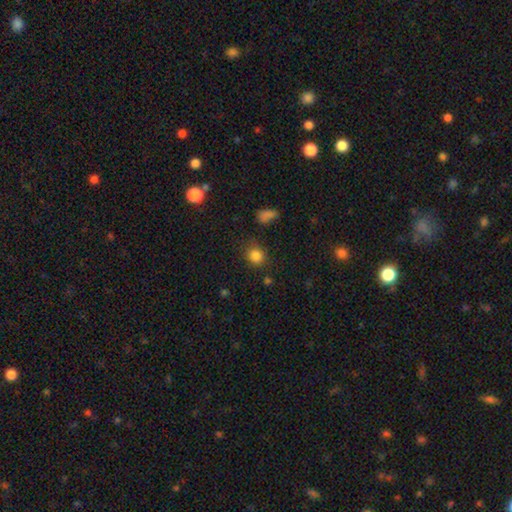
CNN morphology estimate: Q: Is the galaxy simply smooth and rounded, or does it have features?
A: smooth — 83%.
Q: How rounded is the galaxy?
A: round — 76%.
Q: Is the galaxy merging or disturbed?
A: none — 78%.